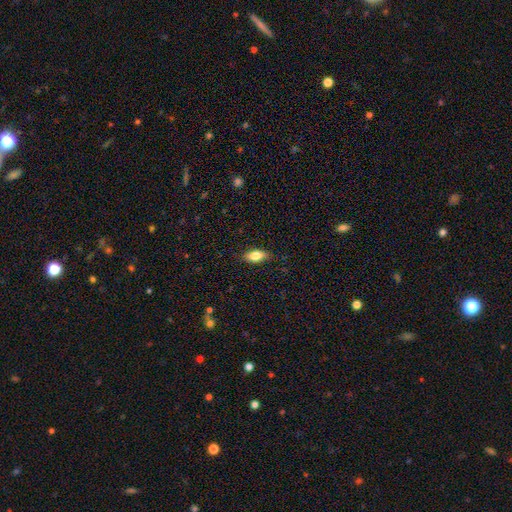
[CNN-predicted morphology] A smooth galaxy with no disk features (81%) that is in between round and cigar-shaped (85%). Merging: none (84%).